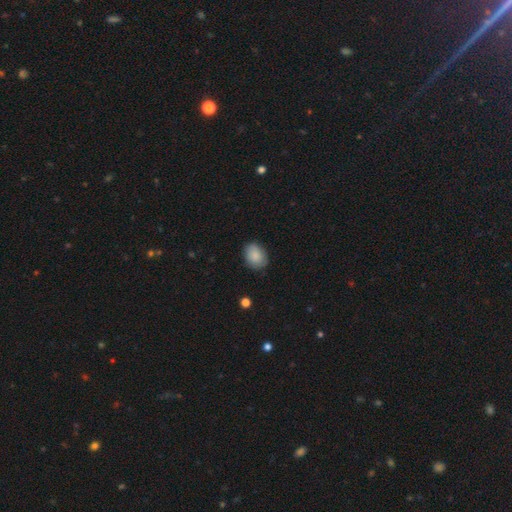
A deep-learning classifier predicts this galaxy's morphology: smooth_or_featured: smooth (p=0.87) [alt: star or artifact p=0.07]
how_rounded: in between (p=0.69) [alt: round p=0.30]
merging: none (p=0.79) [alt: minor disturbance p=0.17]